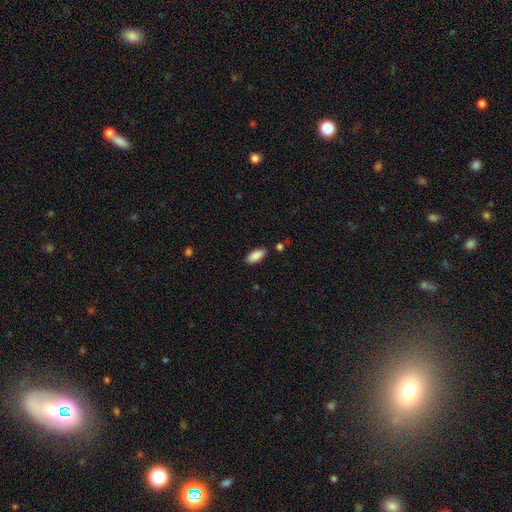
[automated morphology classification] Q: Smooth or featured?
A: smooth (89%); runner-up: star or artifact (6%)
Q: How rounded?
A: in between (82%); runner-up: cigar-shaped (16%)
Q: Merging?
A: none (85%); runner-up: minor disturbance (10%)